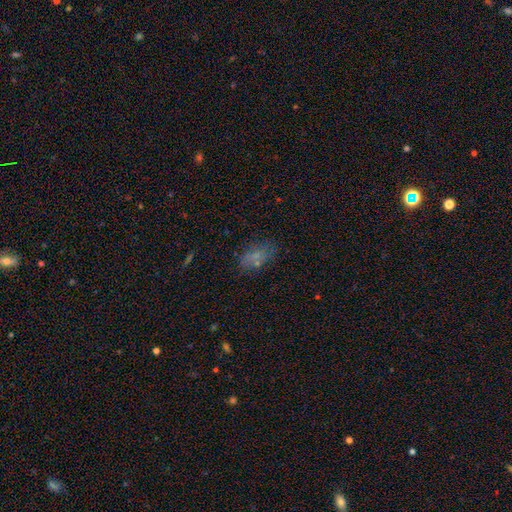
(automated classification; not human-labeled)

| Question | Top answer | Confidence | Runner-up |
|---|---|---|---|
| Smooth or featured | smooth | 63% | star or artifact (20%) |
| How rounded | in between | 86% | round (7%) |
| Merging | none | 68% | minor disturbance (19%) |